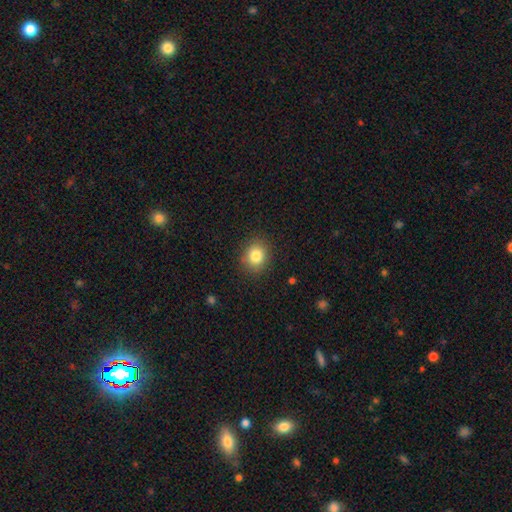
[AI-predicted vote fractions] smooth_or_featured: smooth (p=0.83) [alt: star or artifact p=0.10]
how_rounded: round (p=0.72) [alt: in between p=0.27]
merging: none (p=0.88) [alt: minor disturbance p=0.08]